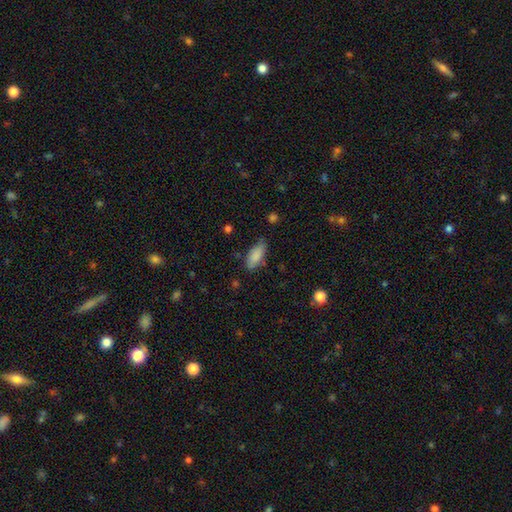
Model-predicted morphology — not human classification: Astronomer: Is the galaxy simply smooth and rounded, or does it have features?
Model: smooth — 84%.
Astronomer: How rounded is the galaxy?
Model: in between — 84%.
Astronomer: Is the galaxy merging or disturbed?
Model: none — 70%.